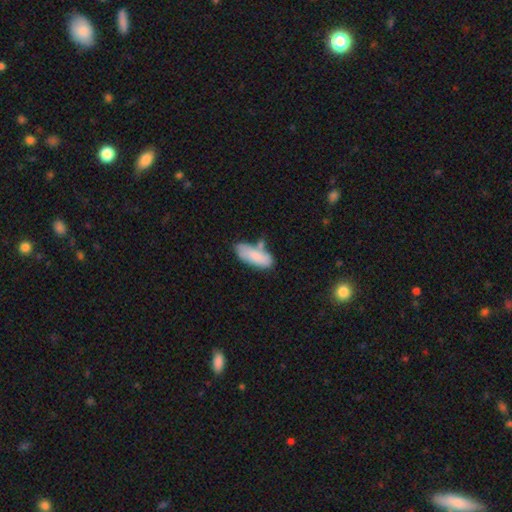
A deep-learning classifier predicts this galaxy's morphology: Q: Smooth or featured?
A: smooth (81%); runner-up: featured or disk (13%)
Q: How rounded?
A: in between (76%); runner-up: cigar-shaped (22%)
Q: Merging?
A: none (48%); runner-up: minor disturbance (23%)